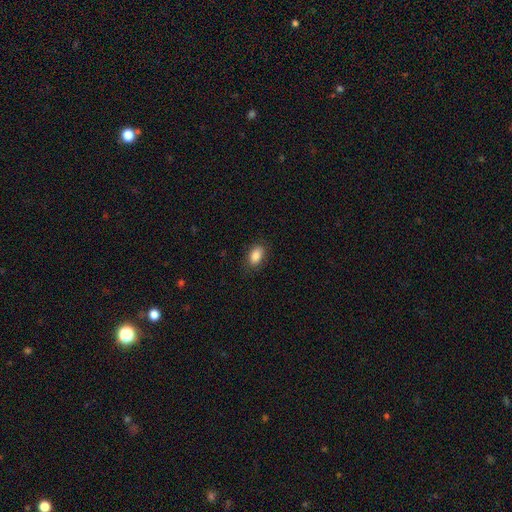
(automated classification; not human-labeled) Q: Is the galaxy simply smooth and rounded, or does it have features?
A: smooth — 88%.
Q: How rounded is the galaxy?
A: in between — 90%.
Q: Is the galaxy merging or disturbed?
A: none — 85%.